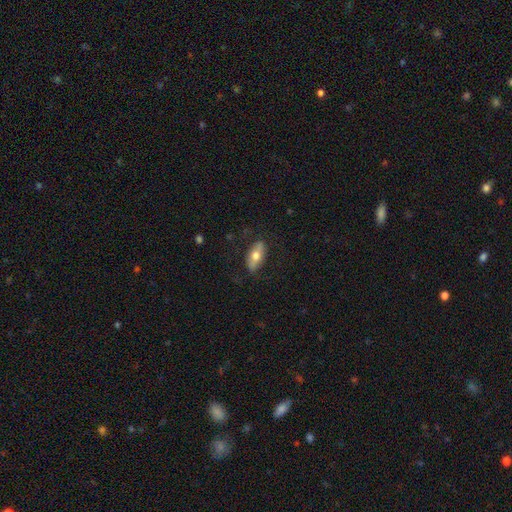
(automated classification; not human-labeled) Overall: smooth (59%; featured or disk 35%). How rounded: in between (79%). Merging: none (81%).